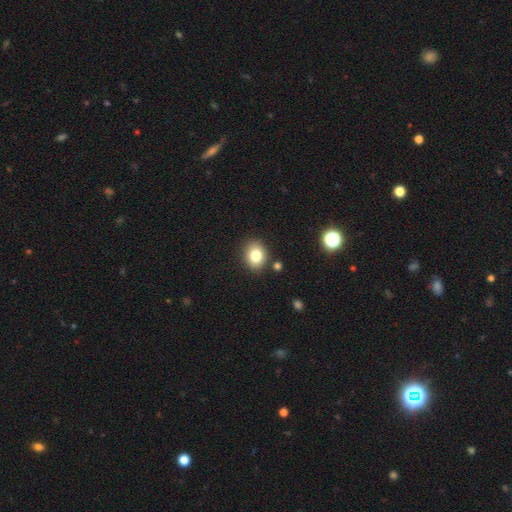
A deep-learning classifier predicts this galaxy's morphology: Smooth or featured? Predicted: smooth (p=0.79). How rounded? Predicted: round (p=0.53). Merging? Predicted: none (p=0.85).